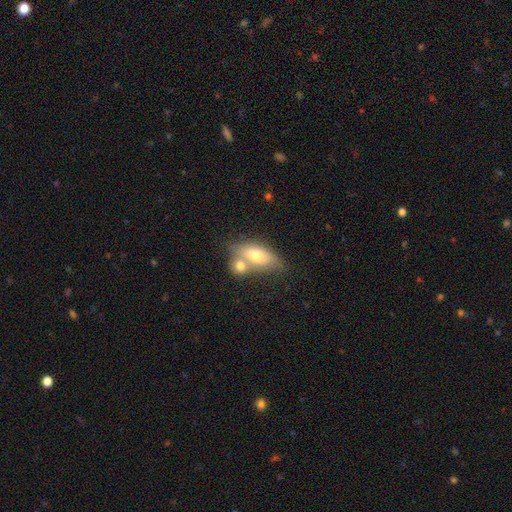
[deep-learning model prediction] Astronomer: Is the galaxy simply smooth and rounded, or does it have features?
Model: smooth — 67%.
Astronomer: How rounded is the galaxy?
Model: in between — 80%.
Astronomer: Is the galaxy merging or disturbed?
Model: merger — 50% (runner-up: none, 33%).